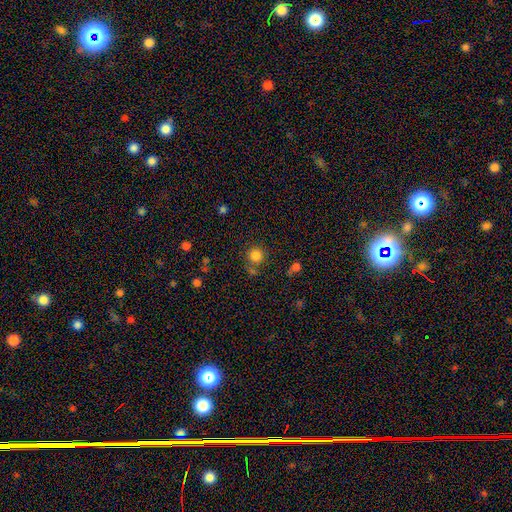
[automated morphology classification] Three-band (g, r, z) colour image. It shows a smooth galaxy with no disk features (82%) that is round (93%). Merging: none (73%).